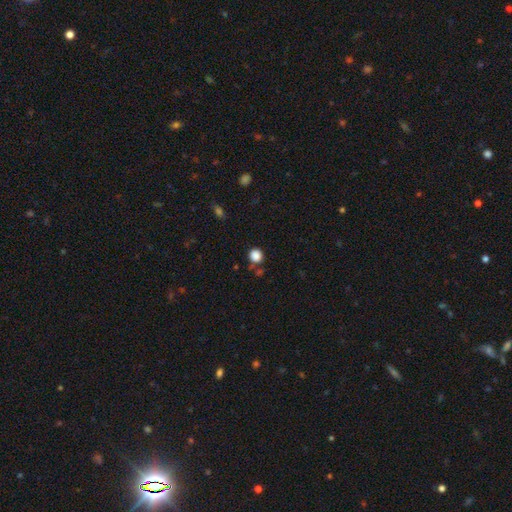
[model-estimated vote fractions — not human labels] A smooth galaxy with no disk features (85%) that is round (88%). Merging: none (76%).